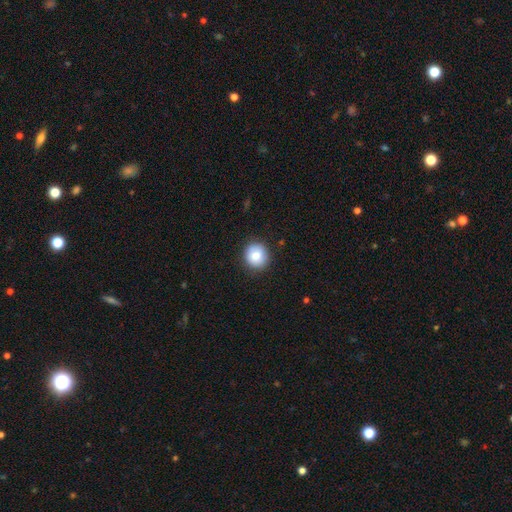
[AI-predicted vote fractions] Smooth or featured?
  - smooth: 81% *
  - featured or disk: 11%
  - star or artifact: 8%
How rounded?
  - round: 87% *
  - in between: 12%
  - cigar-shaped: 1%
Merging?
  - none: 88% *
  - minor disturbance: 9%
  - major disturbance: 2%
  - merger: 1%